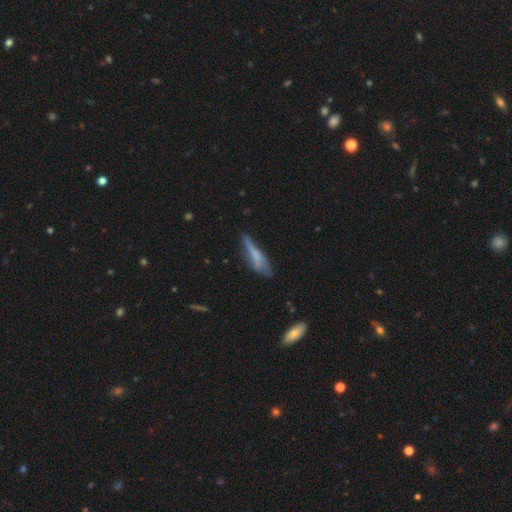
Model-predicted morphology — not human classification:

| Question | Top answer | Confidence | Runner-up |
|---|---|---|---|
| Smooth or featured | smooth | 54% | featured or disk (38%) |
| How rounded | cigar-shaped | 76% | in between (22%) |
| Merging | none | 45% | minor disturbance (33%) |